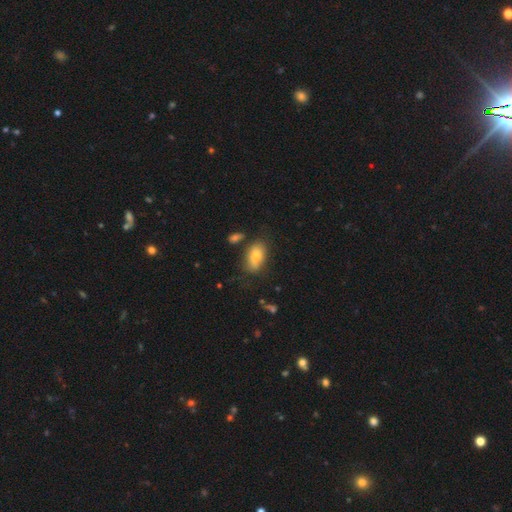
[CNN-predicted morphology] smooth_or_featured: smooth (p=0.73) [alt: featured or disk p=0.18]
how_rounded: in between (p=0.89) [alt: round p=0.08]
merging: none (p=0.66) [alt: minor disturbance p=0.21]